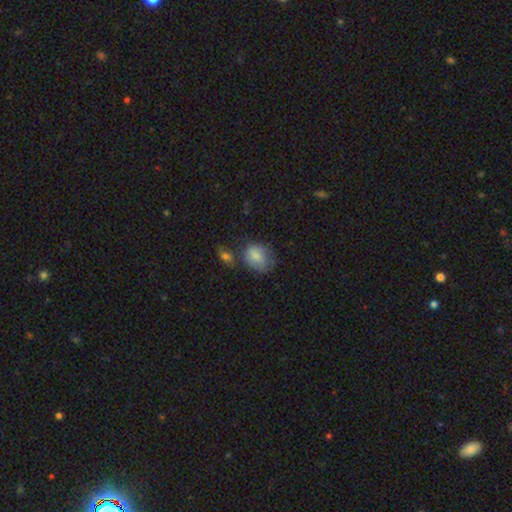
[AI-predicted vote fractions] Smooth or featured: smooth — 83% (featured or disk — 9%)
How rounded: in between — 58% (round — 41%)
Merging: none — 51% (minor disturbance — 26%)